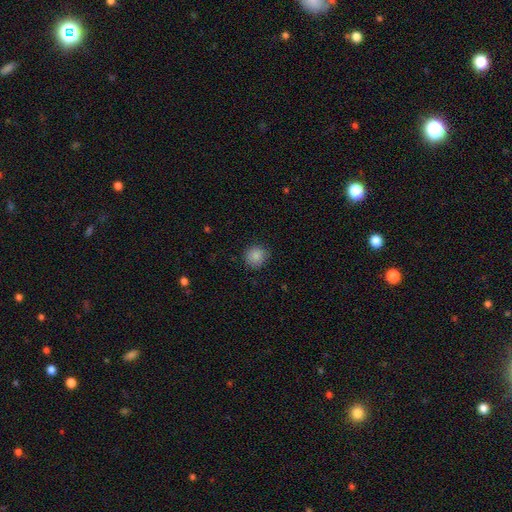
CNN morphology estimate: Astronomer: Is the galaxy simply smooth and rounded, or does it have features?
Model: smooth — 87%.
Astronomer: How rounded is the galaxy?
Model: round — 91%.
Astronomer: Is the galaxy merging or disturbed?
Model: none — 87%.